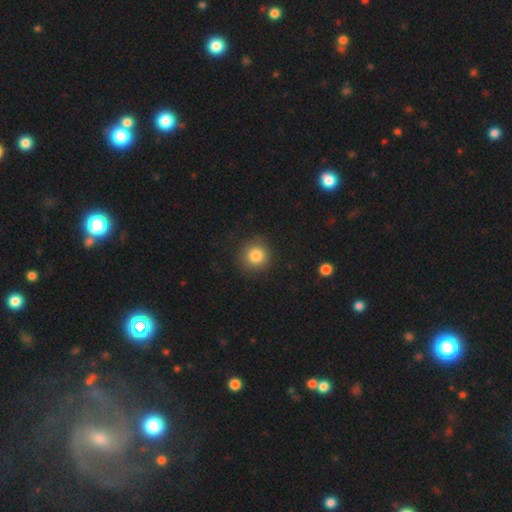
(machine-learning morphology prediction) This appears to be a smooth galaxy with no disk features (83%) that is round (92%). Merging: none (87%).